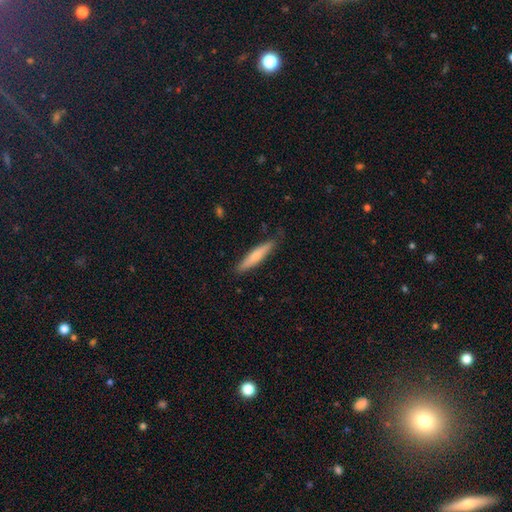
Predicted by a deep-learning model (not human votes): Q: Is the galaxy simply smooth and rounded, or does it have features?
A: smooth — 64%.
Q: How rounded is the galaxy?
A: cigar-shaped — 90%.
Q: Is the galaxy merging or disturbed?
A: none — 86%.